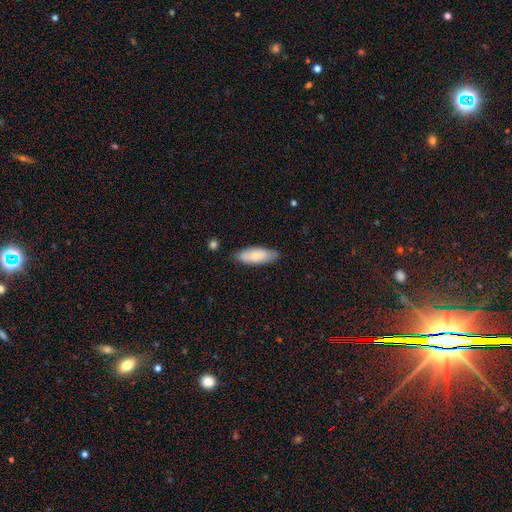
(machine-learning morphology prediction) smooth 76%, featured or disk 18%, star or artifact 5%. Down the decision tree: how rounded — in between (72%); merging — none (81%).